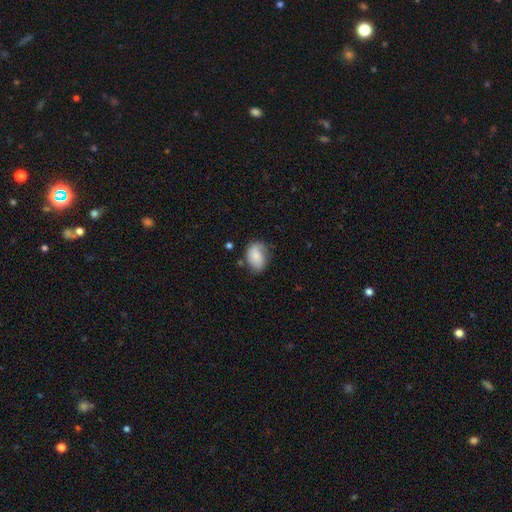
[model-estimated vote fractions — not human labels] smooth-or-featured: smooth: 78% | featured or disk: 14% | star or artifact: 8%
  how-rounded: in between: 82% | round: 17% | cigar-shaped: 1%
  merging: none: 57% | minor disturbance: 31% | major disturbance: 9% | merger: 3%